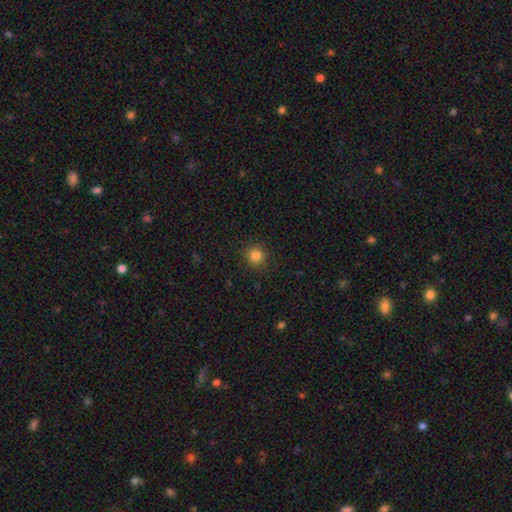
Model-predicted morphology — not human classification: smooth_or_featured: smooth (p=0.83) [alt: star or artifact p=0.12]
how_rounded: round (p=0.92) [alt: in between p=0.07]
merging: none (p=0.90) [alt: minor disturbance p=0.07]